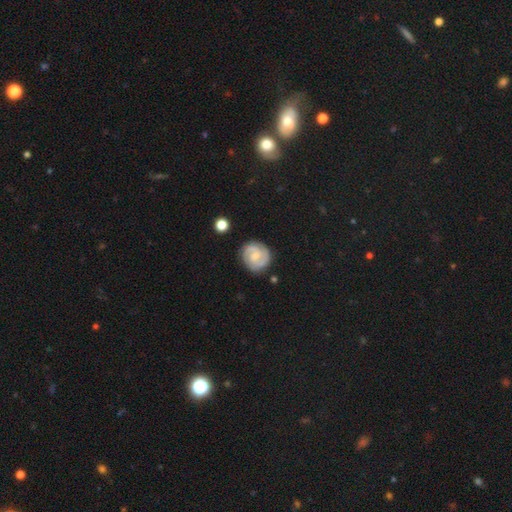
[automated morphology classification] featured or disk 78%, smooth 17%, star or artifact 5%. Down the decision tree: edge-on disk — no (98%); bar — no (52%); spiral arms — yes (96%); spiral arm count — 2 (75%); spiral winding — tight (64%); bulge size — small (52%); merging — none (83%).